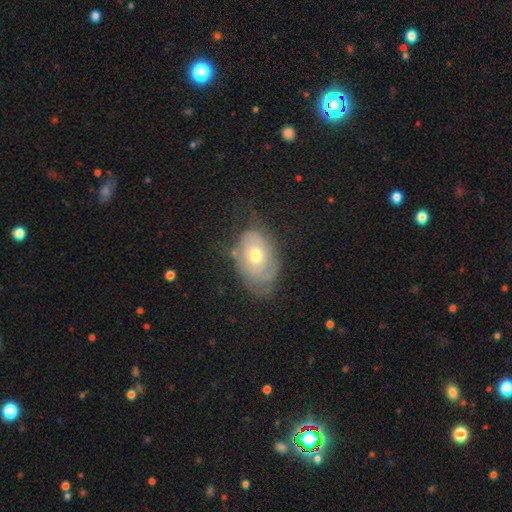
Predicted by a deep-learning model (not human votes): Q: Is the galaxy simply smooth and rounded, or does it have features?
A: featured or disk — 53%.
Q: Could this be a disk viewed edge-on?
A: no — 93%.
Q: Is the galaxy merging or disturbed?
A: none — 54%.